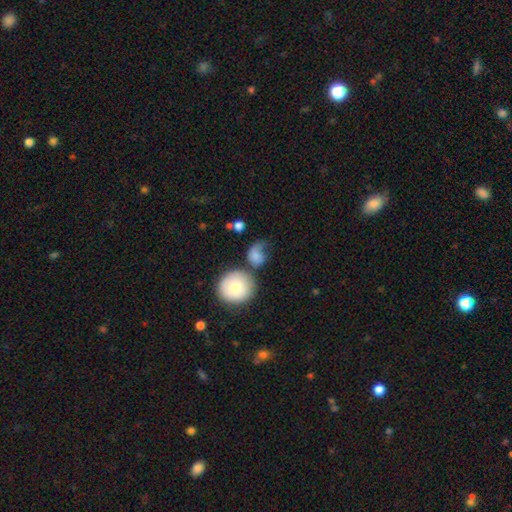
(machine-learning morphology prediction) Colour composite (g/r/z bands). It shows a smooth galaxy with no disk features (73%) that is round (63%). Merging: none (32%).